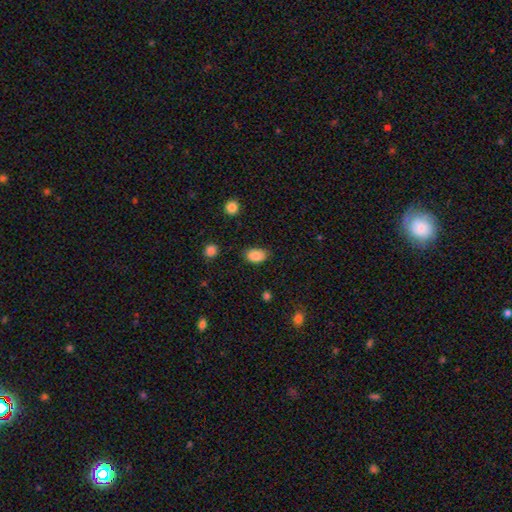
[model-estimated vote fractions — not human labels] Smooth or featured?
  - smooth: 87% *
  - star or artifact: 8%
  - featured or disk: 5%
How rounded?
  - in between: 84% *
  - round: 15%
  - cigar-shaped: 1%
Merging?
  - none: 74% *
  - minor disturbance: 21%
  - major disturbance: 4%
  - merger: 2%